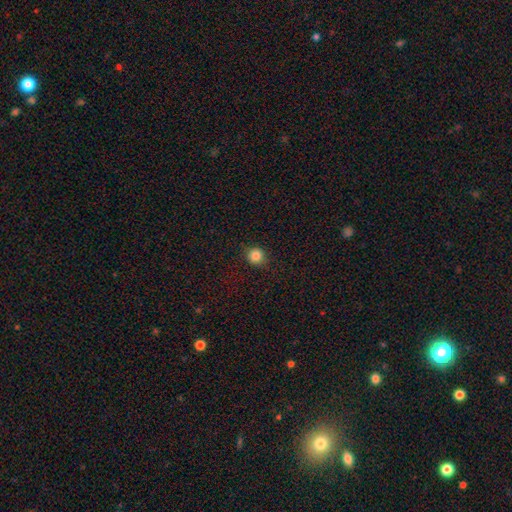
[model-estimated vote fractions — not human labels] A smooth galaxy with no disk features (84%) that is round (93%). Merging: none (88%).